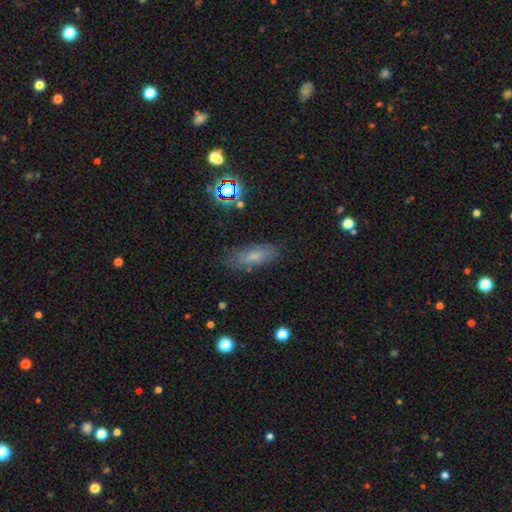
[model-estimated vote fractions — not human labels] A smooth galaxy with no disk features (68%) that is in between round and cigar-shaped (72%).

Vote fractions:
- Smooth or featured? smooth: 68% / featured or disk: 19% / star or artifact: 12%
- How rounded? in between: 72% / cigar-shaped: 24% / round: 4%
- Merging? none: 75% / minor disturbance: 17% / major disturbance: 5% / merger: 2%